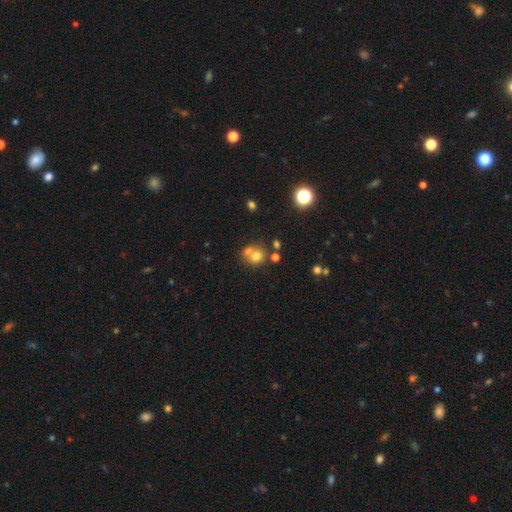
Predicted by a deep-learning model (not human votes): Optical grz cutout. It shows a smooth galaxy with no disk features (70%) that is round (78%). Merging: merger (46%).